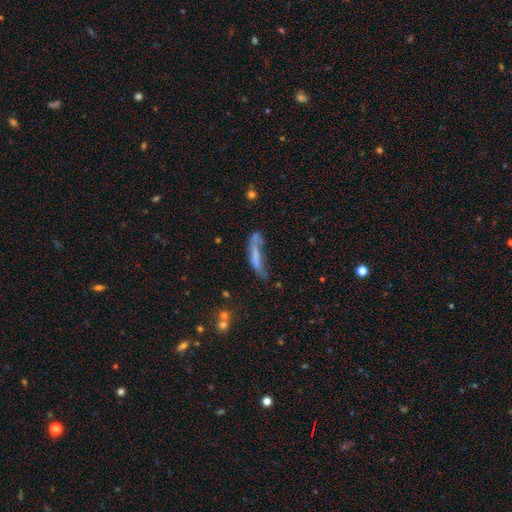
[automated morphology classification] The model was most divided on "merging": major disturbance: 32%, none: 28%, minor disturbance: 22%, merger: 19%. More confident: how rounded — cigar-shaped (74%); smooth or featured — smooth (50%).